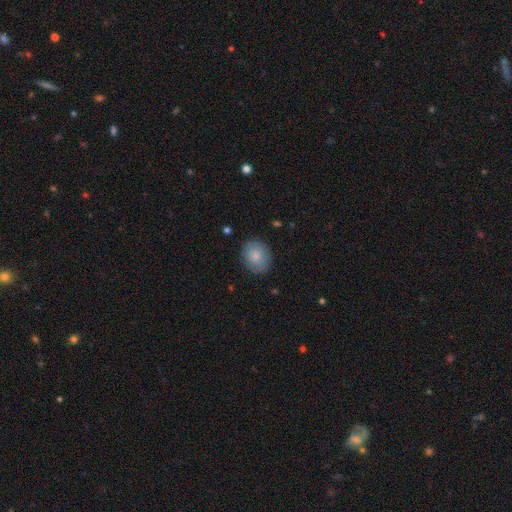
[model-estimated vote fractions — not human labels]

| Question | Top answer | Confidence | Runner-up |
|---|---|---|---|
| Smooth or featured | smooth | 82% | featured or disk (10%) |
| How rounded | round | 55% | in between (44%) |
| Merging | none | 85% | minor disturbance (11%) |